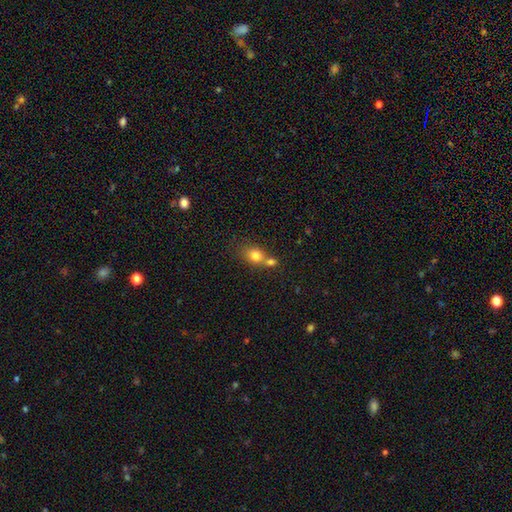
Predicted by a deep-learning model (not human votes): This appears to be a smooth galaxy with no disk features (78%) that is round (54%). Merging: merger (51%).